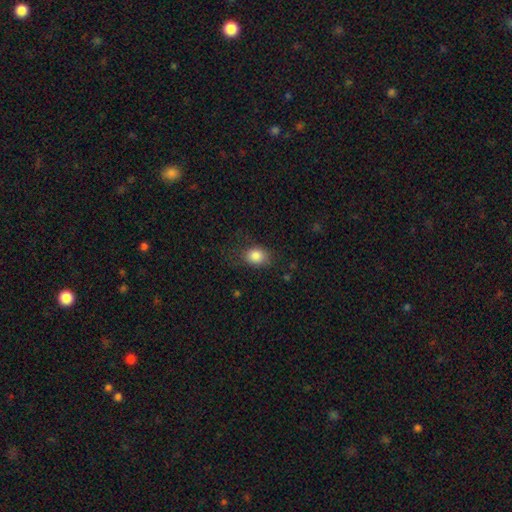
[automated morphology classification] A smooth galaxy with no disk features (85%) that is in between round and cigar-shaped (58%).

Vote fractions:
- Smooth or featured? smooth: 85% / star or artifact: 9% / featured or disk: 6%
- How rounded? in between: 58% / round: 41% / cigar-shaped: 1%
- Merging? none: 67% / minor disturbance: 22% / major disturbance: 10% / merger: 1%